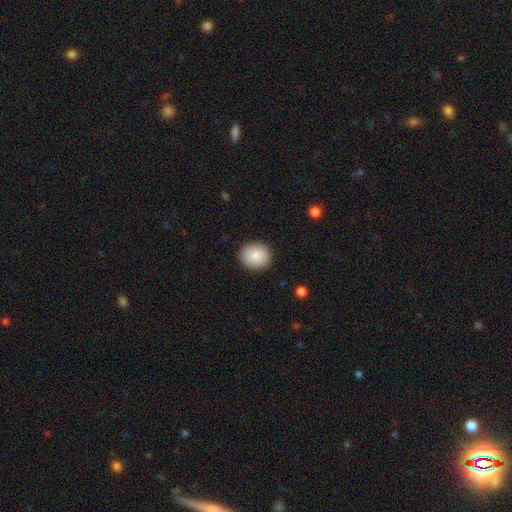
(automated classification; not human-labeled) Smooth or featured: smooth — 87% (star or artifact — 7%)
How rounded: round — 71% (in between — 28%)
Merging: none — 89% (minor disturbance — 8%)